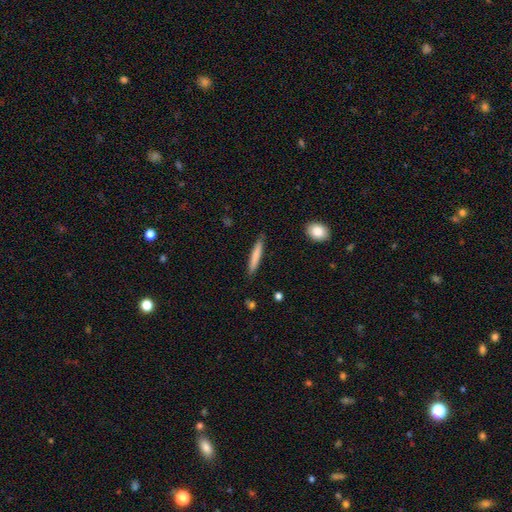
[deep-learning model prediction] smooth_or_featured: smooth (p=0.78) [alt: featured or disk p=0.17]
how_rounded: cigar-shaped (p=0.93) [alt: in between p=0.06]
merging: none (p=0.86) [alt: minor disturbance p=0.10]